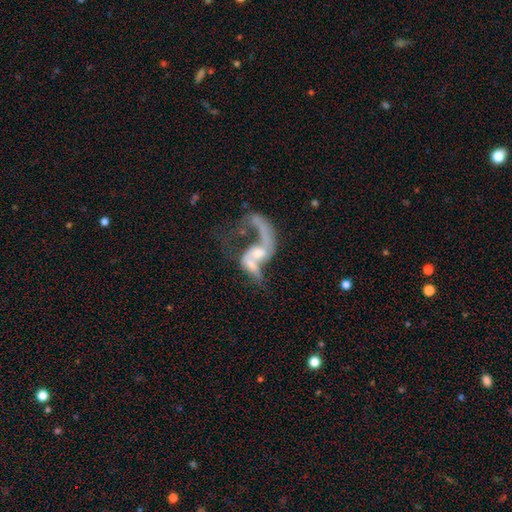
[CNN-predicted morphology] The model was most divided on "merging": merger: 40%, major disturbance: 36%, none: 16%, minor disturbance: 8%. Remaining: edge-on disk — no (96%); spiral winding — loose (83%); smooth or featured — featured or disk (78%); spiral arms — yes (76%); bar — no (57%); spiral arm count — 2 (55%); bulge size — moderate (41%).